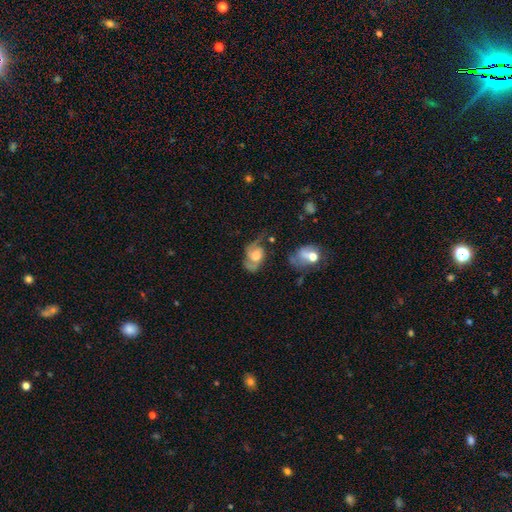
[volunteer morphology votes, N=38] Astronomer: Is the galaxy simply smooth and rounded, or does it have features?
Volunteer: featured or disk — 58% (runner-up: smooth, 37%).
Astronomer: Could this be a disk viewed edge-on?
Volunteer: no — 100%.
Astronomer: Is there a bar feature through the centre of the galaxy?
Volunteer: no — 91%.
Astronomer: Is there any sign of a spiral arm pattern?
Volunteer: yes — 82%.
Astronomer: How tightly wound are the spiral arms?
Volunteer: medium — 50% (runner-up: loose, 39%).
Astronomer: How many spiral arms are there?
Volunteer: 2 — 94%.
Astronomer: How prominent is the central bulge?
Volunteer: moderate — 64%.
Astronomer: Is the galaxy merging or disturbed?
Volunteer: none — 39% (runner-up: major disturbance, 33%).